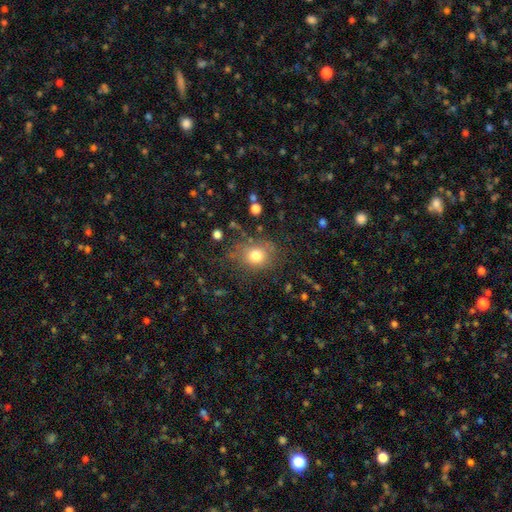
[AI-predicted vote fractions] The model was most divided on "how rounded": round: 66%, in between: 33%, cigar-shaped: 1%. More confident: smooth or featured — smooth (77%); merging — none (69%).